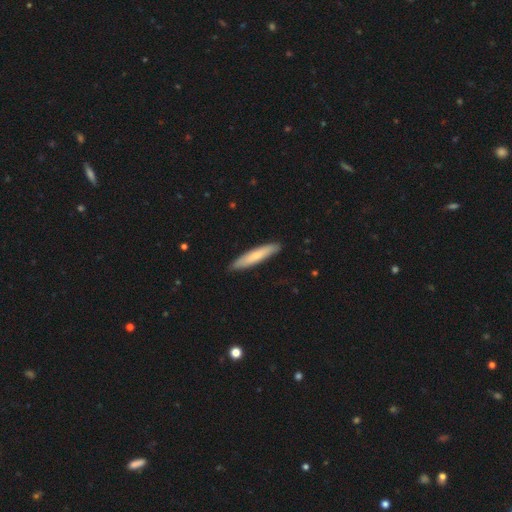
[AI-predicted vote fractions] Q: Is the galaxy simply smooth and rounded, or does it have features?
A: smooth — 72%.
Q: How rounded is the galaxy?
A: cigar-shaped — 90%.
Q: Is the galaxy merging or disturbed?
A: none — 89%.